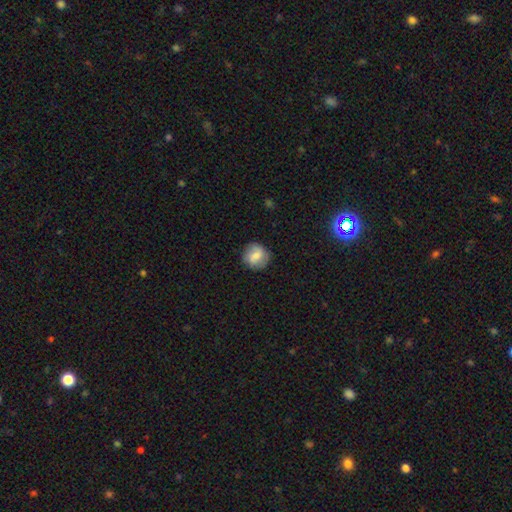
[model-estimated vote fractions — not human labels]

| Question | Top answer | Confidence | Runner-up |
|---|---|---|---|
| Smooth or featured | smooth | 70% | featured or disk (21%) |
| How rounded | round | 86% | in between (13%) |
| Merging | none | 81% | minor disturbance (14%) |